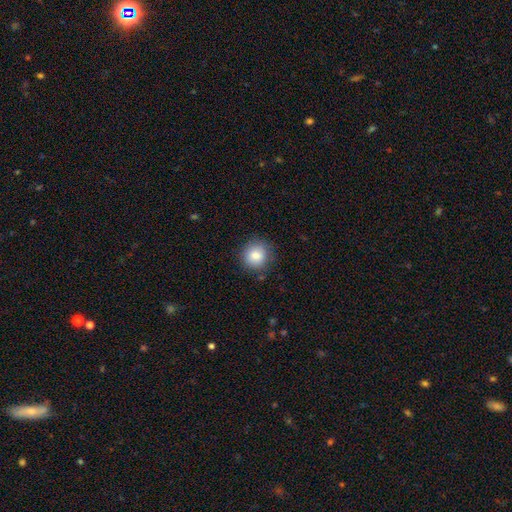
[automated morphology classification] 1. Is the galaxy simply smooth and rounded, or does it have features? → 84% smooth, 9% star or artifact, 7% featured or disk.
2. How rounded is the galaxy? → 89% round, 10% in between, 1% cigar-shaped.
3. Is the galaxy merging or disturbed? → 85% none, 11% minor disturbance, 3% major disturbance, 1% merger.